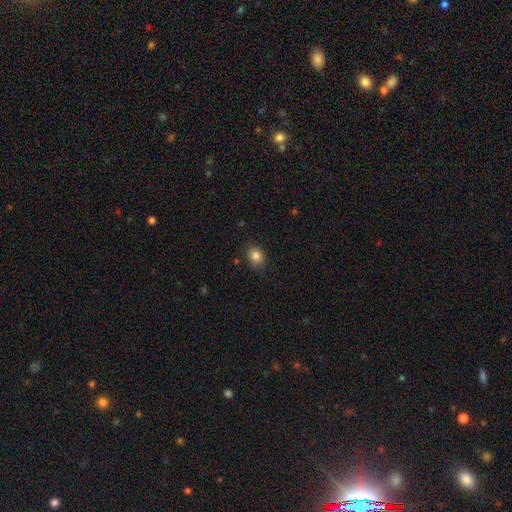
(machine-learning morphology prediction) type=smooth (84%); roundness=in between (53%); merging=none (81%).